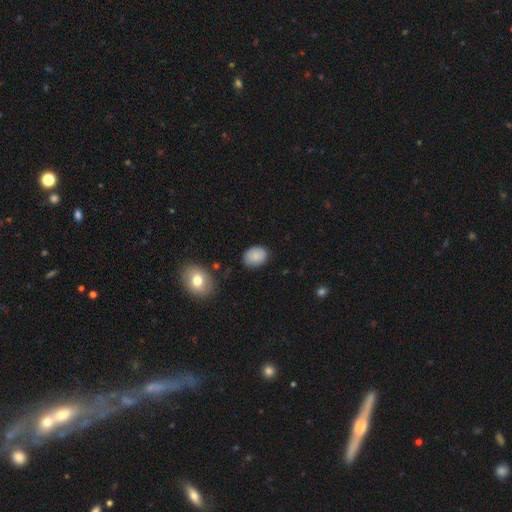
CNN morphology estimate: smooth 85%, star or artifact 8%, featured or disk 7%. Down the decision tree: how rounded — in between (65%); merging — none (84%).